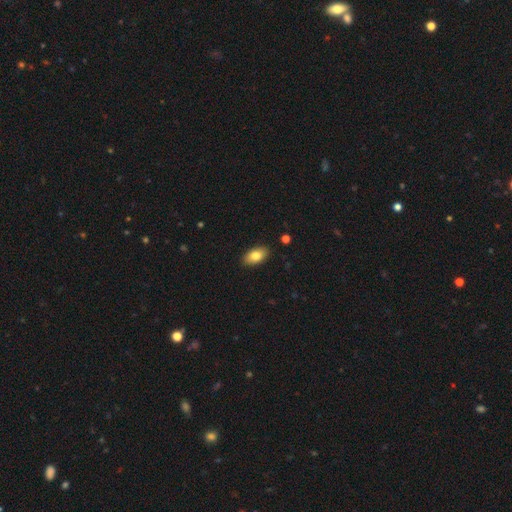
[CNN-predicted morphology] Smooth or featured?
  - smooth: 81% *
  - featured or disk: 12%
  - star or artifact: 7%
How rounded?
  - in between: 93% *
  - round: 5%
  - cigar-shaped: 3%
Merging?
  - none: 88% *
  - minor disturbance: 9%
  - major disturbance: 2%
  - merger: 1%